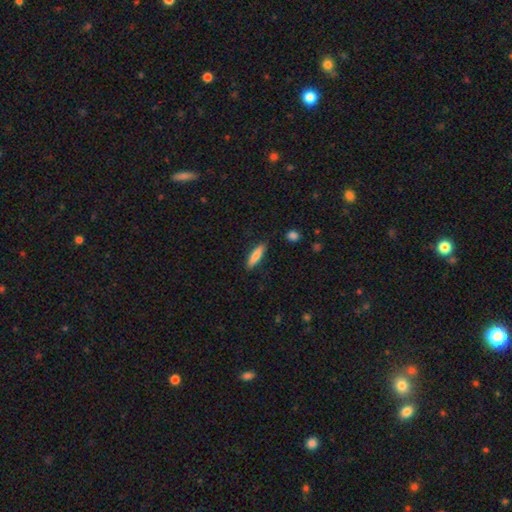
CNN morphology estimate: Q: Smooth or featured?
A: smooth (80%); runner-up: featured or disk (14%)
Q: How rounded?
A: cigar-shaped (73%); runner-up: in between (25%)
Q: Merging?
A: none (88%); runner-up: minor disturbance (9%)